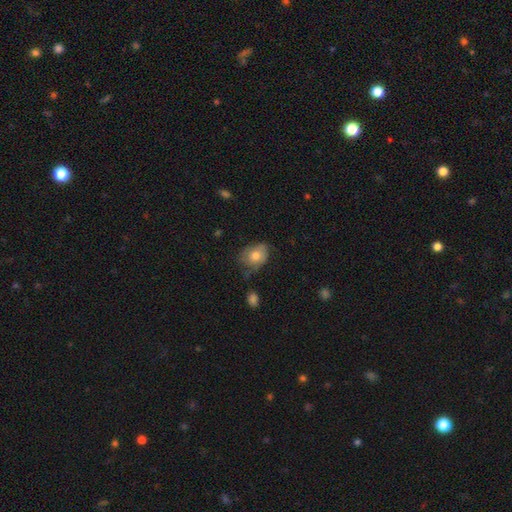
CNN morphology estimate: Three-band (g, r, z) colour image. It shows a smooth galaxy with no disk features (73%) that is in between round and cigar-shaped (63%). Merging: none (52%).